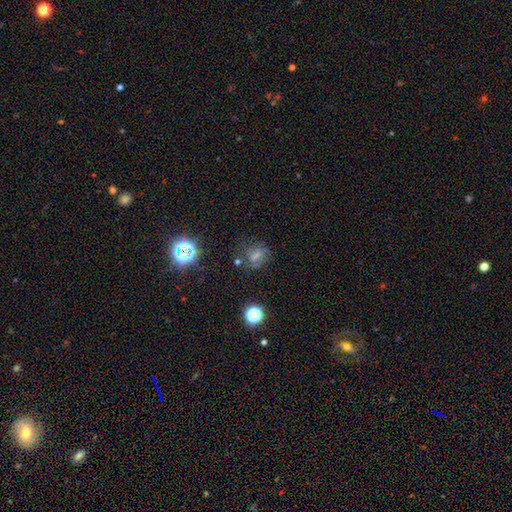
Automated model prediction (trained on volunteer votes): A smooth galaxy with no disk features (55%) that is round (60%).

Vote fractions:
- Smooth or featured? smooth: 55% / star or artifact: 26% / featured or disk: 18%
- How rounded? round: 60% / in between: 37% / cigar-shaped: 2%
- Merging? none: 67% / minor disturbance: 19% / major disturbance: 10% / merger: 4%